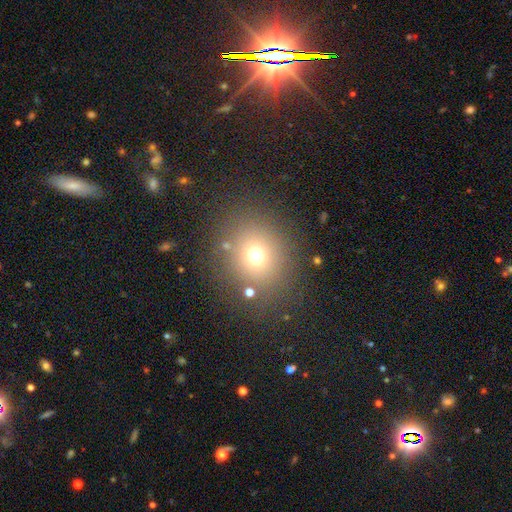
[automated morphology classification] Smooth or featured? smooth (67%)
How rounded? round (83%)
Merging? none (80%)